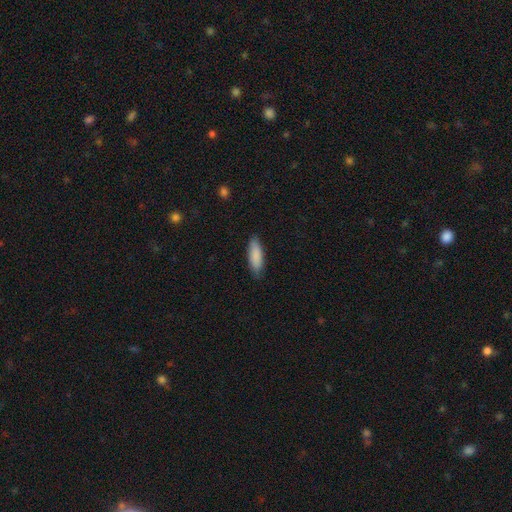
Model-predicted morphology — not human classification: smooth-or-featured: smooth: 88% | featured or disk: 6% | star or artifact: 5%
  how-rounded: in between: 56% | cigar-shaped: 43% | round: 2%
  merging: none: 85% | minor disturbance: 12% | major disturbance: 2% | merger: 1%